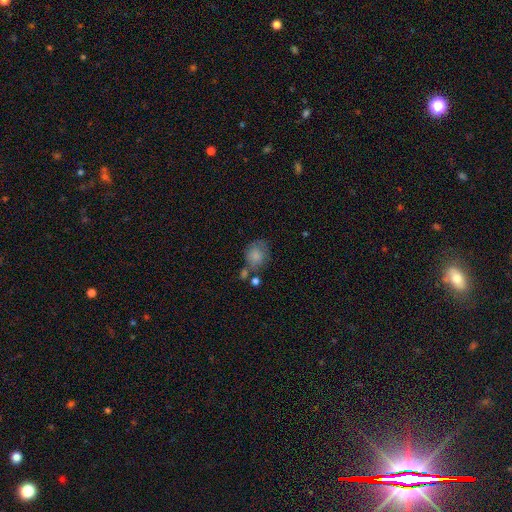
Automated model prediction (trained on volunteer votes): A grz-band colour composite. It shows a smooth galaxy with no disk features (77%) that is round (62%). Merging: none (51%).